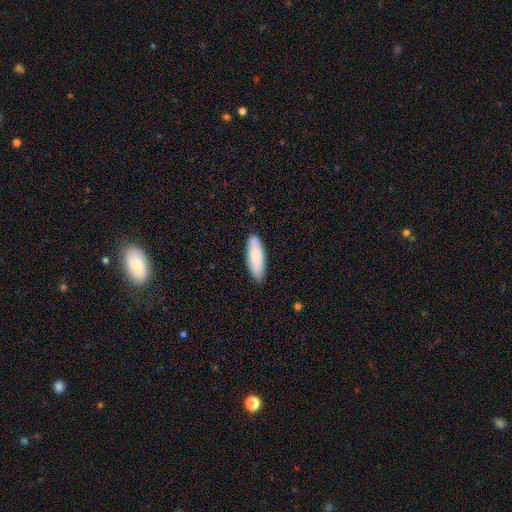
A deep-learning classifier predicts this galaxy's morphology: Smooth or featured?
  - smooth: 80% *
  - featured or disk: 14%
  - star or artifact: 6%
How rounded?
  - in between: 60% *
  - cigar-shaped: 38%
  - round: 2%
Merging?
  - none: 79% *
  - minor disturbance: 17%
  - major disturbance: 2%
  - merger: 1%